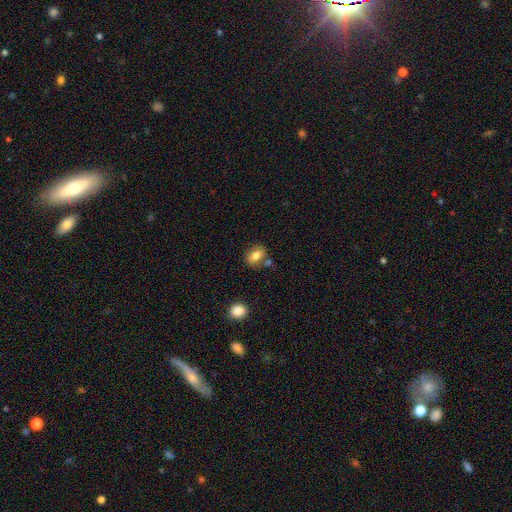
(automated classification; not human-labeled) A smooth galaxy with no disk features (76%) that is in between round and cigar-shaped (70%).

Vote fractions:
- Smooth or featured? smooth: 76% / featured or disk: 16% / star or artifact: 9%
- How rounded? in between: 70% / round: 28% / cigar-shaped: 2%
- Merging? none: 68% / minor disturbance: 15% / merger: 13% / major disturbance: 4%